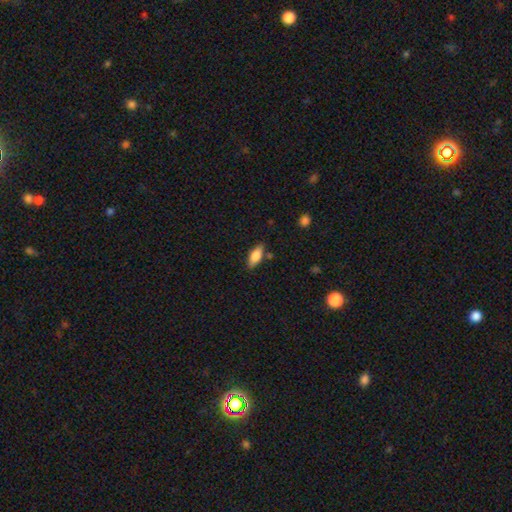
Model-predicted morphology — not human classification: This is likely a smooth galaxy (75%). How rounded: likely in between (77%). Merging: likely none (80%).